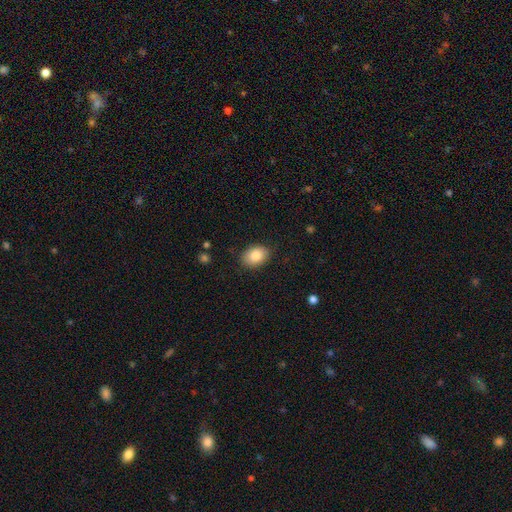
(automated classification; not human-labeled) This appears to be a smooth galaxy with no disk features (84%) that is in between round and cigar-shaped (77%). Merging: none (87%).